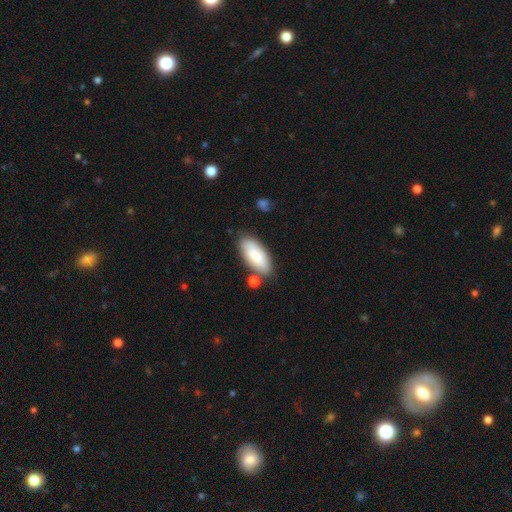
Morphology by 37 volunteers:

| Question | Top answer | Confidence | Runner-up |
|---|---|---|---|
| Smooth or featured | smooth | 95% | featured or disk (3%) |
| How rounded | in between | 74% | cigar-shaped (26%) |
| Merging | none | 78% | minor disturbance (11%) |